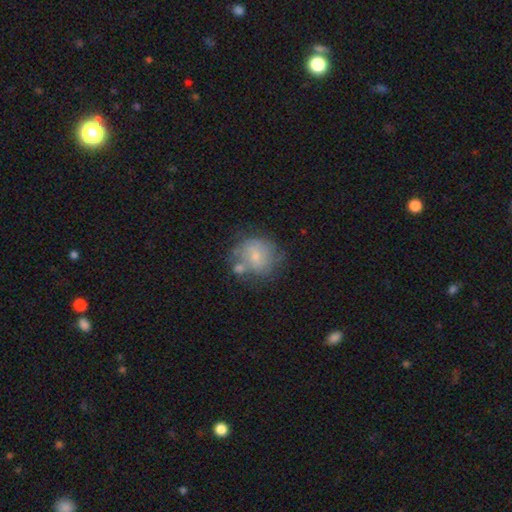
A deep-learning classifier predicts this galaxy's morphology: This is possibly a smooth galaxy (49%). Merging: possibly none (46%).